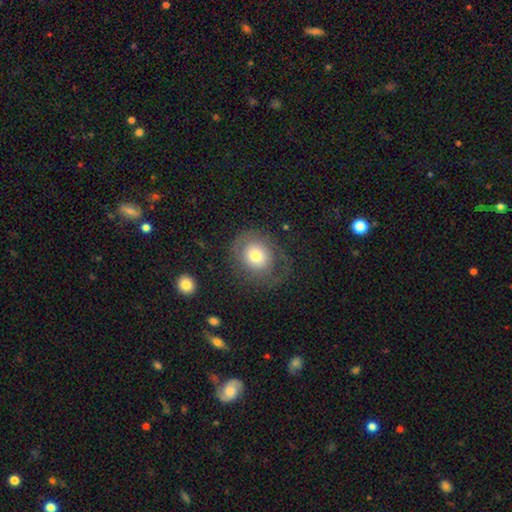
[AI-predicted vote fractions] smooth-or-featured: smooth: 58% | featured or disk: 34% | star or artifact: 9%
  how-rounded: round: 68% | in between: 31% | cigar-shaped: 1%
  merging: none: 63% | minor disturbance: 18% | major disturbance: 18% | merger: 2%